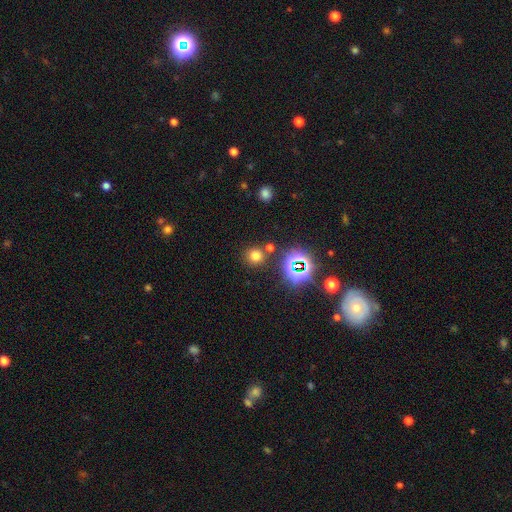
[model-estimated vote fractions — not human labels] A smooth galaxy with no disk features (66%) that is round (90%).

Vote fractions:
- Smooth or featured? smooth: 66% / star or artifact: 27% / featured or disk: 7%
- How rounded? round: 90% / in between: 9% / cigar-shaped: 1%
- Merging? none: 81% / merger: 8% / minor disturbance: 8% / major disturbance: 3%